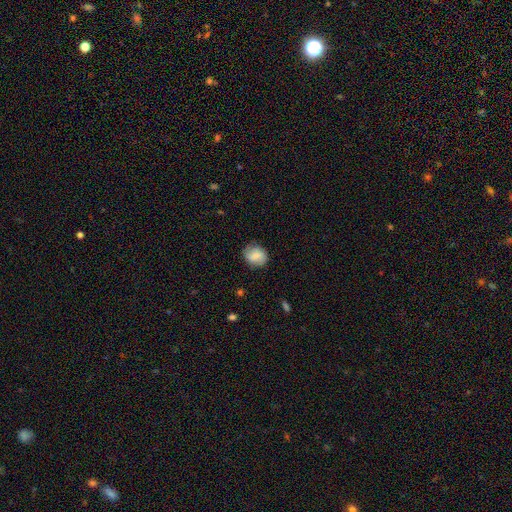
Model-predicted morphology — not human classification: Smooth or featured?
  - smooth: 71% *
  - featured or disk: 21%
  - star or artifact: 8%
How rounded?
  - round: 65% *
  - in between: 34%
  - cigar-shaped: 1%
Merging?
  - none: 78% *
  - minor disturbance: 16%
  - major disturbance: 4%
  - merger: 1%